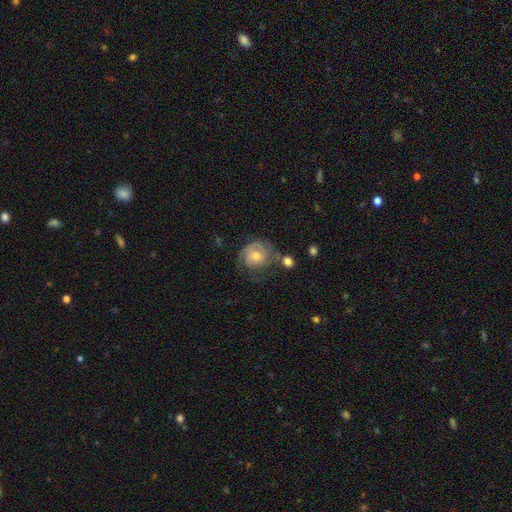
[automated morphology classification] This is likely a featured or disk galaxy (61%). It is clearly not viewed edge-on (97%). Bar: likely no (78%). Spiral arm pattern: clearly yes (80%). Central bulge: possibly moderate (60%). Merging: possibly none (51%).